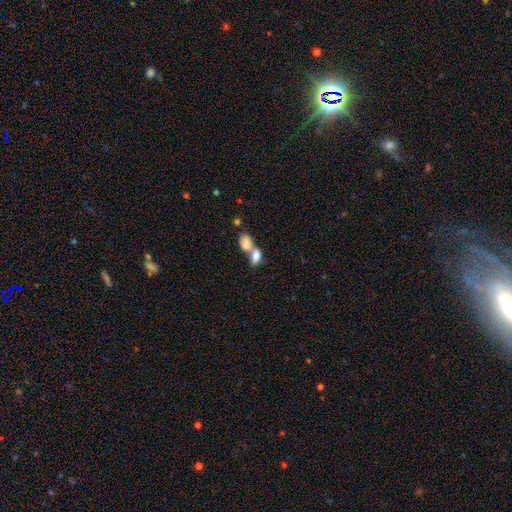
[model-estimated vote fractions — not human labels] Smooth or featured? Predicted: smooth (p=0.80). How rounded? Predicted: in between (p=0.87). Merging? Predicted: merger (p=0.70).